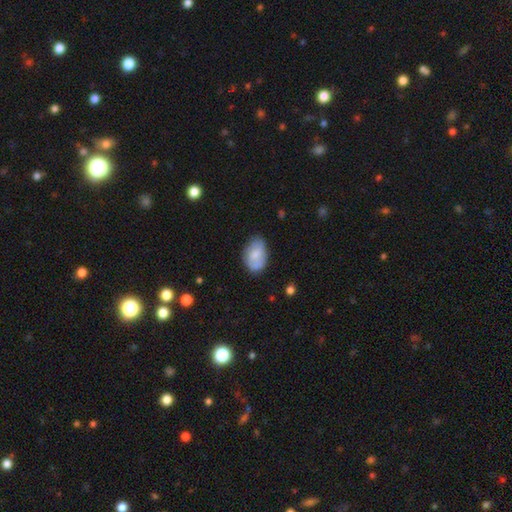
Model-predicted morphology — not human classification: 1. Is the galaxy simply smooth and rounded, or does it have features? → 72% smooth, 22% featured or disk, 7% star or artifact.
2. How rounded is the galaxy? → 90% in between, 9% round, 1% cigar-shaped.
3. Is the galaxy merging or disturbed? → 63% none, 28% minor disturbance, 6% major disturbance, 3% merger.